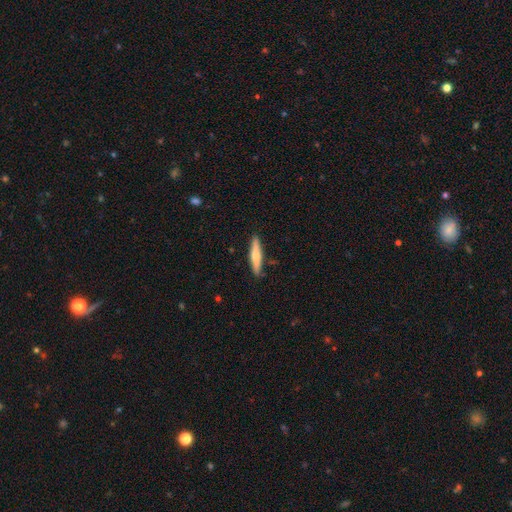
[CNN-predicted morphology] Smooth or featured?
  - smooth: 59% *
  - featured or disk: 36%
  - star or artifact: 6%
How rounded?
  - cigar-shaped: 87% *
  - in between: 11%
  - round: 1%
Merging?
  - none: 88% *
  - minor disturbance: 9%
  - major disturbance: 2%
  - merger: 2%